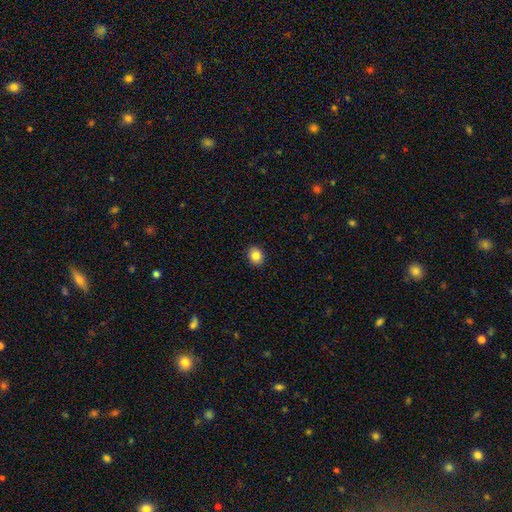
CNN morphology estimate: This appears to be a smooth galaxy with no disk features (84%) that is round (63%). Merging: none (91%).